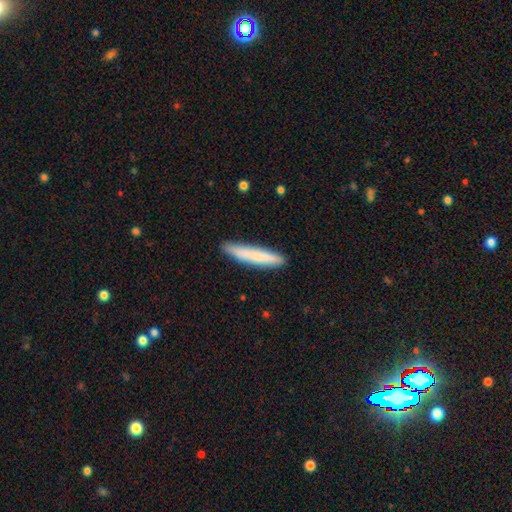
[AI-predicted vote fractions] Smooth or featured?
  - smooth: 78% *
  - featured or disk: 16%
  - star or artifact: 6%
How rounded?
  - cigar-shaped: 93% *
  - in between: 6%
  - round: 1%
Merging?
  - none: 87% *
  - minor disturbance: 10%
  - major disturbance: 2%
  - merger: 1%